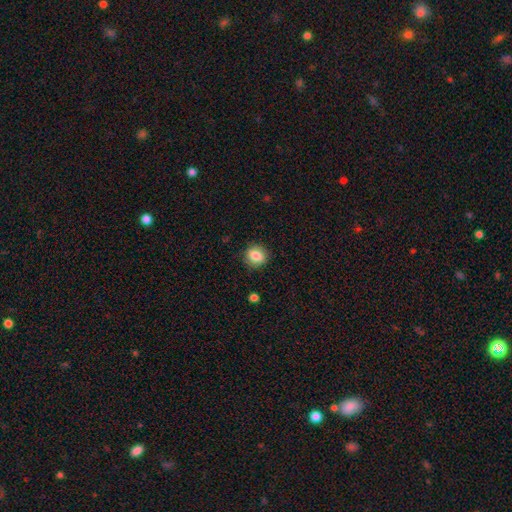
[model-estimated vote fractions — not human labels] A smooth galaxy with no disk features (83%) that is round (77%). Merging: none (88%).